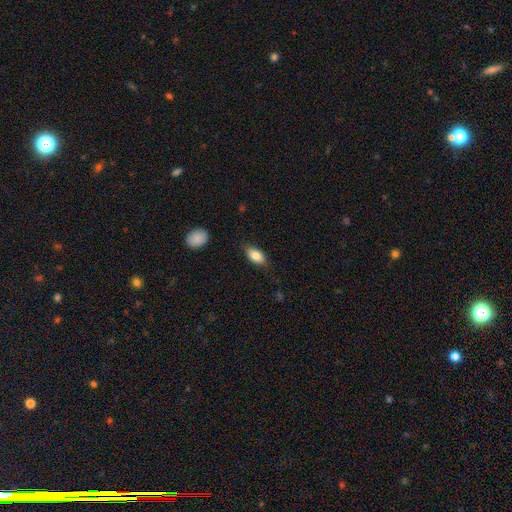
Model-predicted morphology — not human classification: Overall: smooth (84%). How rounded: in between (90%). Merging: none (82%).